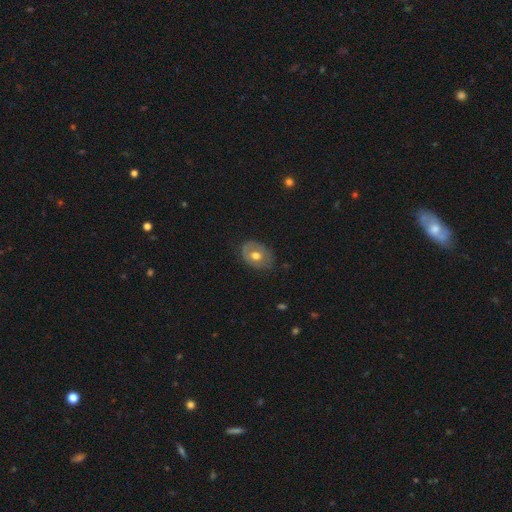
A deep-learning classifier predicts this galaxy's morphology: Overall: smooth (52%; featured or disk 41%). How rounded: in between (61%; round 38%). Merging: none (68%).